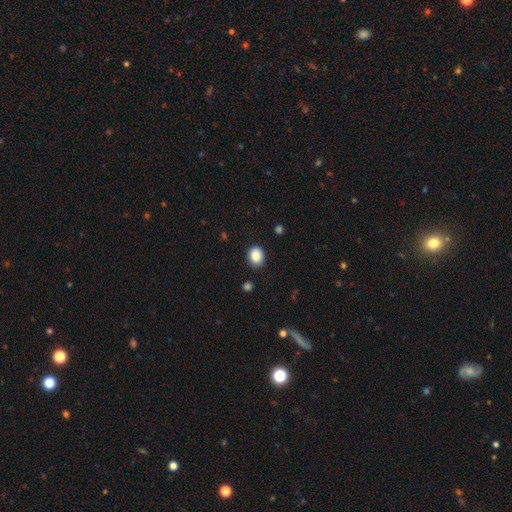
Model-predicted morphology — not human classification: smooth 88%, star or artifact 8%, featured or disk 3%. Down the decision tree: how rounded — round (54%); merging — none (84%).